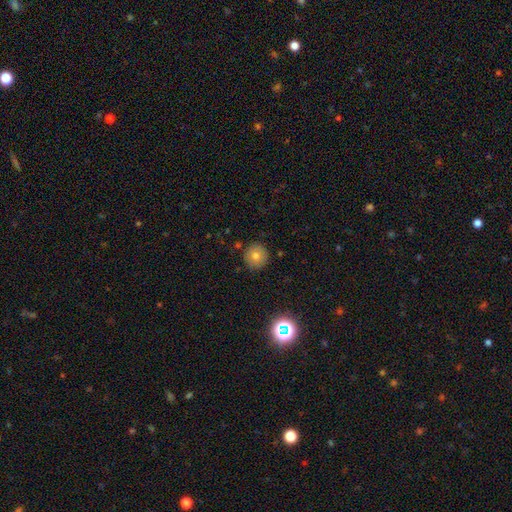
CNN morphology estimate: Smooth or featured: smooth — 74% (star or artifact — 14%)
How rounded: round — 94% (in between — 5%)
Merging: none — 88% (minor disturbance — 8%)